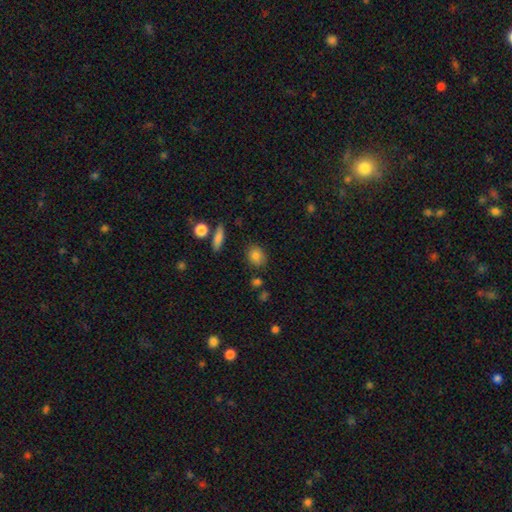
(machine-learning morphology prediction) Smooth or featured: smooth — 82% (star or artifact — 9%)
How rounded: round — 55% (in between — 43%)
Merging: none — 83% (minor disturbance — 11%)